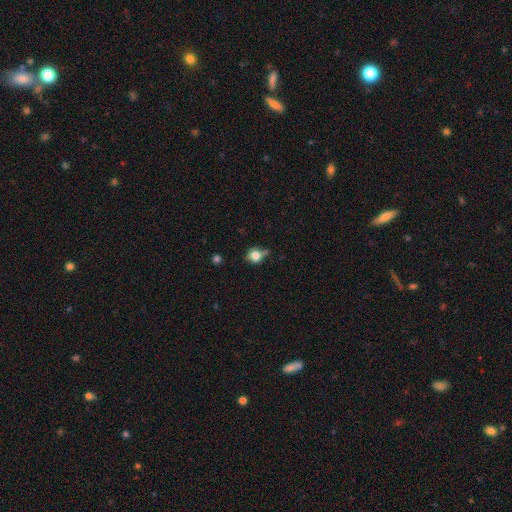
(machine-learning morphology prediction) The model was most divided on "merging": none: 53%, minor disturbance: 26%, merger: 12%, major disturbance: 8%. More confident: how rounded — round (78%); smooth or featured — smooth (77%).